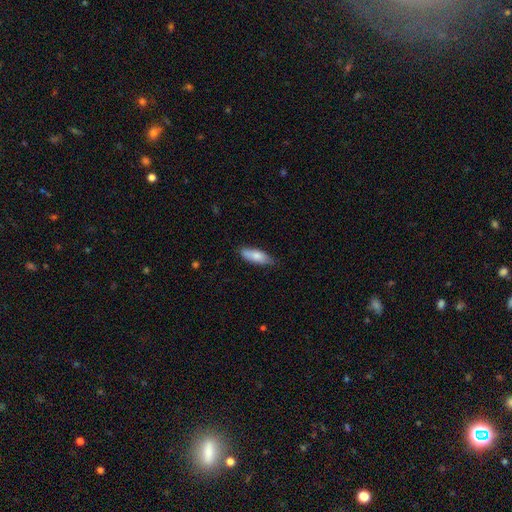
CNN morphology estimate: Smooth or featured: smooth — 80% (featured or disk — 14%)
How rounded: in between — 64% (cigar-shaped — 34%)
Merging: none — 75% (minor disturbance — 21%)